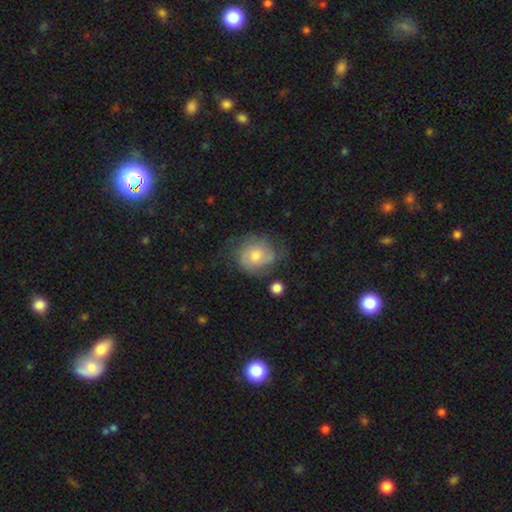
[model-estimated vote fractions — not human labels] Smooth or featured? smooth (47%)
Merging? none (60%)